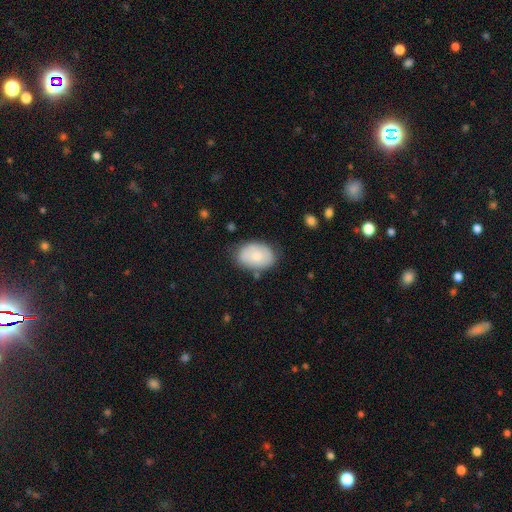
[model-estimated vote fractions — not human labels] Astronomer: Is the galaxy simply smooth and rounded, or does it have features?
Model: smooth — 73%.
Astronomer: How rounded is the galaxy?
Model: in between — 85%.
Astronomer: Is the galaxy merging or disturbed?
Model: none — 70%.